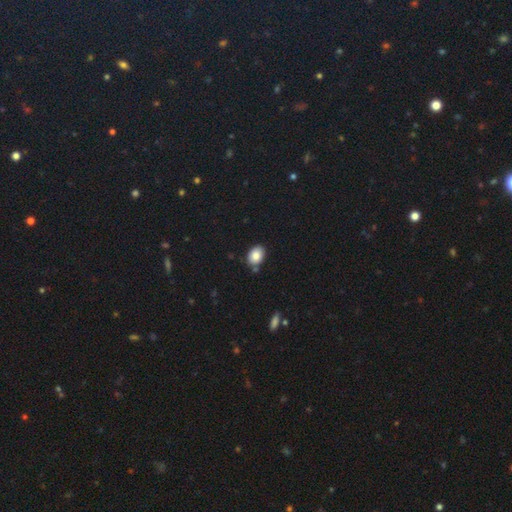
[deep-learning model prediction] This is clearly a smooth galaxy (85%). How rounded: likely in between (73%). Merging: likely none (79%).